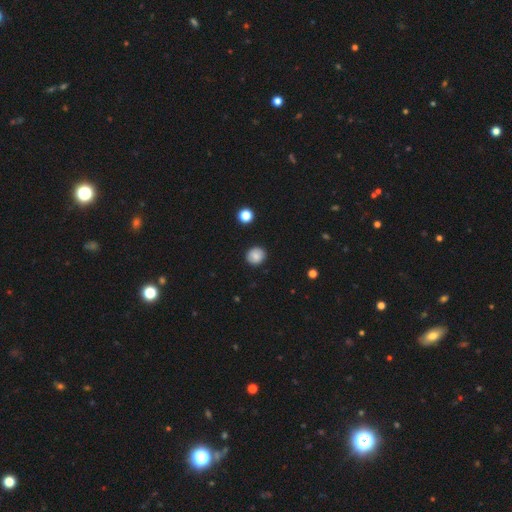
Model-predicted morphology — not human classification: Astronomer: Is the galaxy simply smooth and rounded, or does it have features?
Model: smooth — 83%.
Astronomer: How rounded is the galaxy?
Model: round — 86%.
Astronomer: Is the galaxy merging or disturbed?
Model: none — 89%.